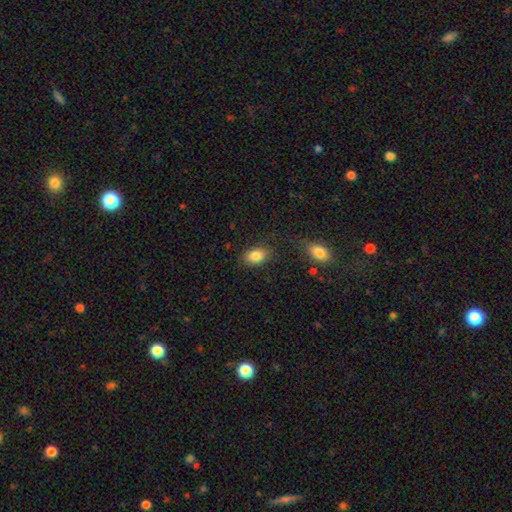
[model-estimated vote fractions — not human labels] This appears to be a smooth galaxy with no disk features (84%) that is in between round and cigar-shaped (84%). Merging: none (79%).